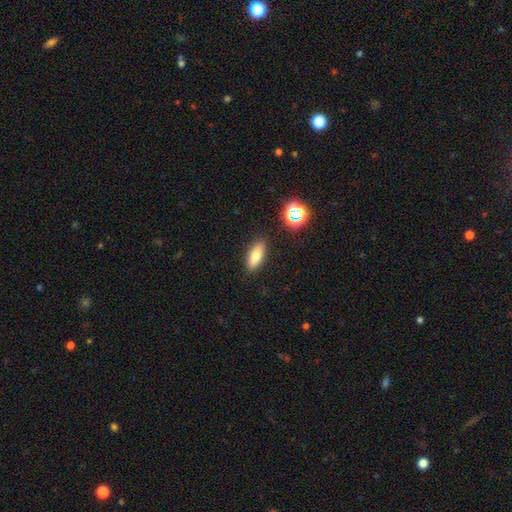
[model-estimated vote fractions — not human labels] Morphology: type=smooth (74%); roundness=in between (67%); merging=none (87%).